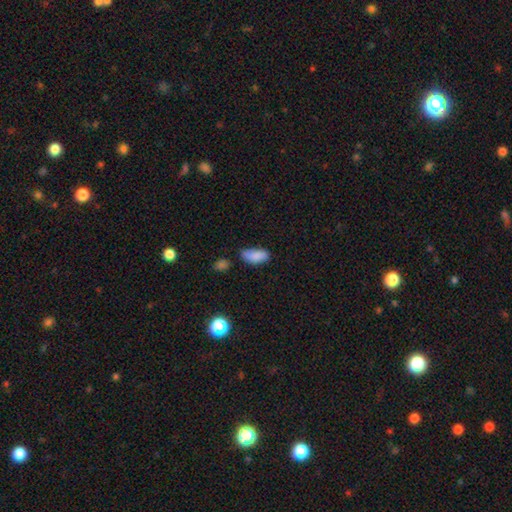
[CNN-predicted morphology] smooth 85%, star or artifact 8%, featured or disk 7%. Down the decision tree: how rounded — in between (89%); merging — none (54%).